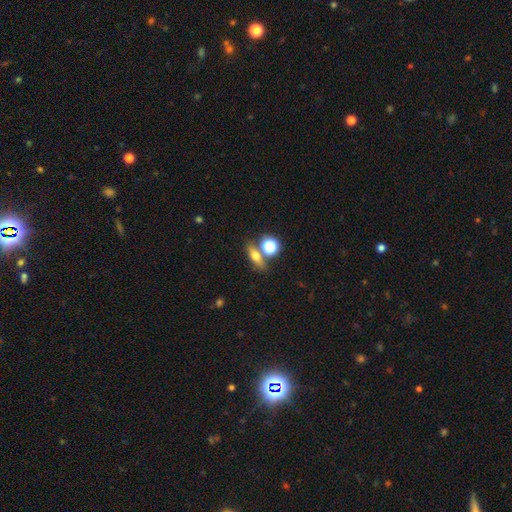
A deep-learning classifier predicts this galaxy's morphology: The model was most divided on "how rounded": in between: 45%, cigar-shaped: 32%, round: 23%. More confident: merging — none (66%); smooth or featured — smooth (57%).